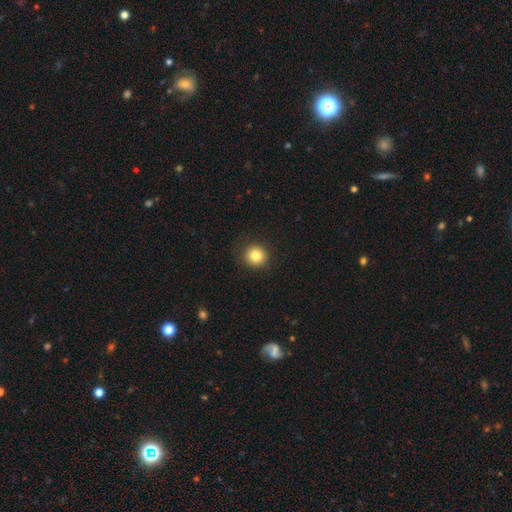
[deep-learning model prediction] Smooth or featured: smooth — 83% (star or artifact — 11%)
How rounded: round — 92% (in between — 7%)
Merging: none — 90% (minor disturbance — 6%)